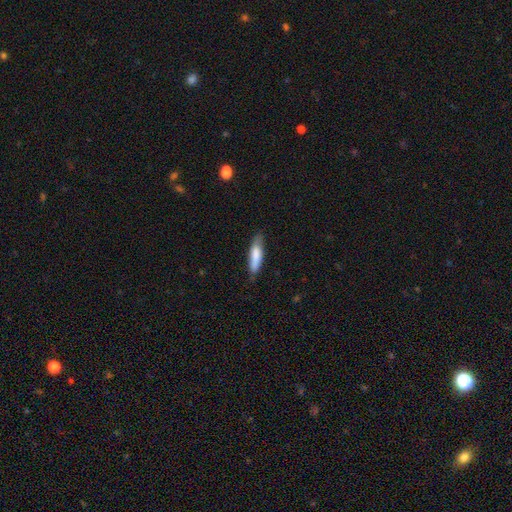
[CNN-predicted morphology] The model was most divided on "how rounded": cigar-shaped: 69%, in between: 29%, round: 1%. More confident: smooth or featured — smooth (78%); merging — none (71%).